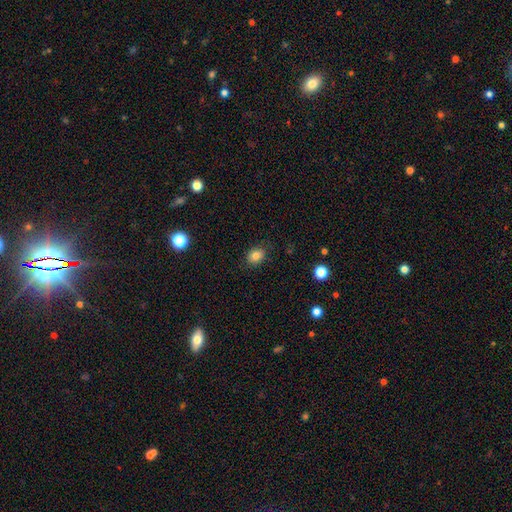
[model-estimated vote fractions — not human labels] smooth 82%, star or artifact 11%, featured or disk 7%. Down the decision tree: how rounded — in between (53%); merging — none (83%).